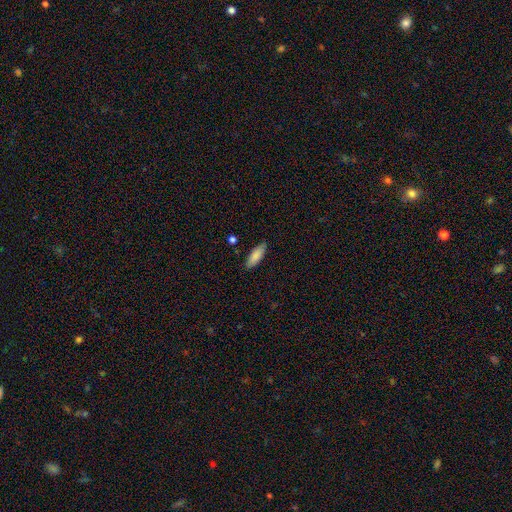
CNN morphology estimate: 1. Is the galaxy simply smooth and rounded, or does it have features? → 85% smooth, 9% featured or disk, 6% star or artifact.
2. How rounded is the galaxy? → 62% in between, 36% cigar-shaped, 2% round.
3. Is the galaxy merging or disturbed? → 86% none, 11% minor disturbance, 2% major disturbance, 1% merger.